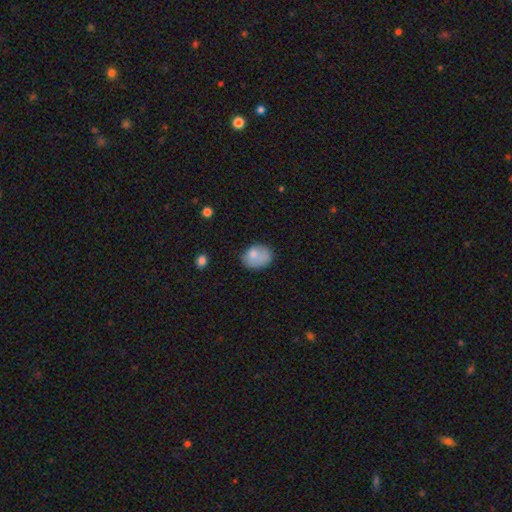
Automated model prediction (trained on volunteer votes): This is likely a smooth galaxy (77%). How rounded: likely in between (62%). Merging: possibly none (53%).